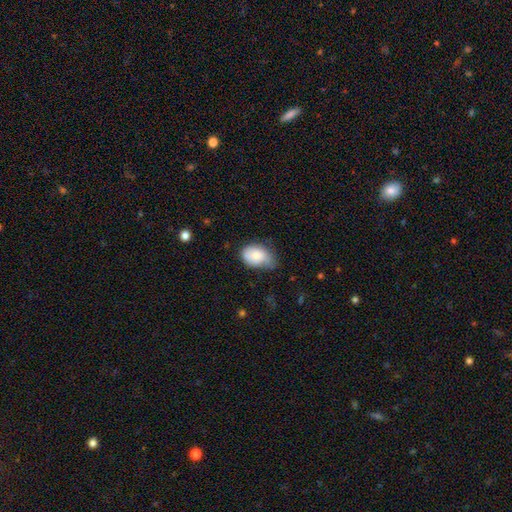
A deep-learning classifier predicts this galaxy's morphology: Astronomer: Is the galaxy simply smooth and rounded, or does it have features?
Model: smooth — 79%.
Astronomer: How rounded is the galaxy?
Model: in between — 82%.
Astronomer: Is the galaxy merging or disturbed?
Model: minor disturbance — 45% (runner-up: none, 39%).